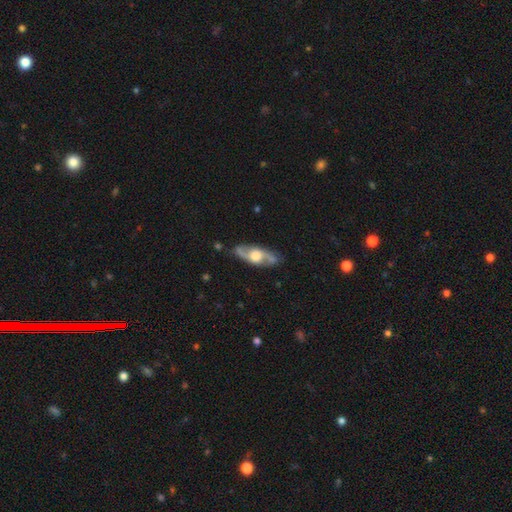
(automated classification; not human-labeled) Smooth or featured? Predicted: featured or disk (p=0.76). Edge-on disk? Predicted: no (p=0.75). Bar? Predicted: no (p=0.67). Spiral arms? Predicted: yes (p=0.86). Bulge size? Predicted: moderate (p=0.53). Merging? Predicted: none (p=0.83).